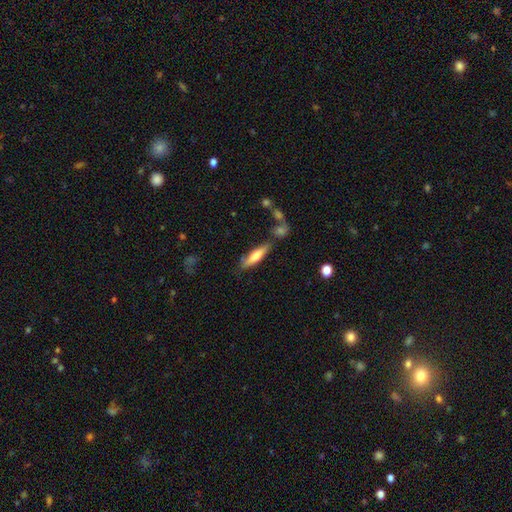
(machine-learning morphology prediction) Smooth or featured? smooth (67%)
How rounded? cigar-shaped (70%)
Merging? none (73%)